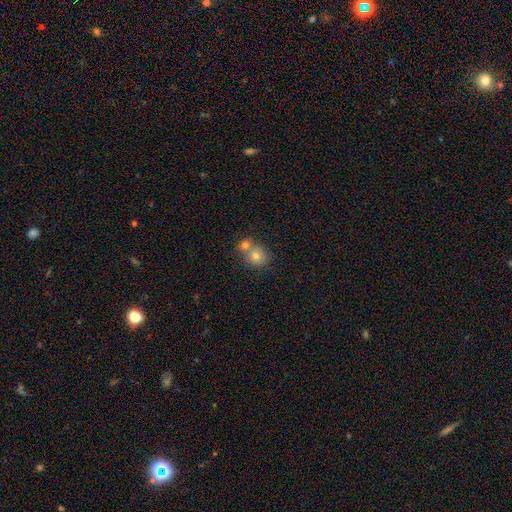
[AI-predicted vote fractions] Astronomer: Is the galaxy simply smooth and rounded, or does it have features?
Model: smooth — 74%.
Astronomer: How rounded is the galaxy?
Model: round — 80%.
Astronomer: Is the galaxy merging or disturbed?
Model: merger — 46% (runner-up: none, 44%).